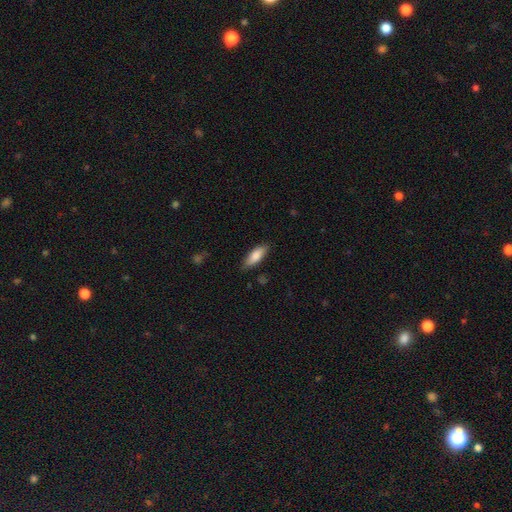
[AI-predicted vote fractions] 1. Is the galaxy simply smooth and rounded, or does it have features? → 83% smooth, 11% featured or disk, 6% star or artifact.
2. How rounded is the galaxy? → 70% in between, 28% cigar-shaped, 2% round.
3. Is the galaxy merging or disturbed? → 81% none, 15% minor disturbance, 3% major disturbance, 1% merger.